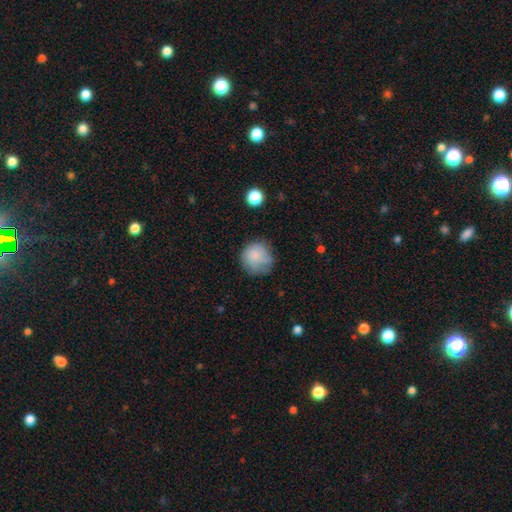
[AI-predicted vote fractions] Smooth or featured? Predicted: smooth (p=0.81). How rounded? Predicted: round (p=0.88). Merging? Predicted: none (p=0.61).